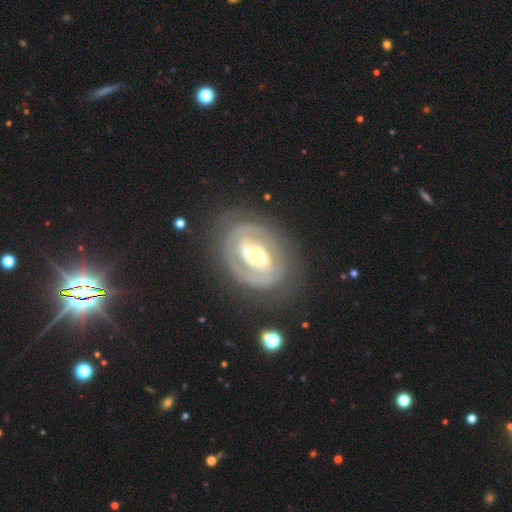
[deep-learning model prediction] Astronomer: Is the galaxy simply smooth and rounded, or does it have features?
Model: featured or disk — 80%.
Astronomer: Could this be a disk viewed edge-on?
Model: no — 96%.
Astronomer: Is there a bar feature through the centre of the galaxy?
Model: no — 37% (runner-up: weak, 33%).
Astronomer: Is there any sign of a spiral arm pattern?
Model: yes — 69%.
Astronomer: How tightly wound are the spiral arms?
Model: tight — 58%.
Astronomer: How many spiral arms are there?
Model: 2 — 60%.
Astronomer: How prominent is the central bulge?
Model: moderate — 64%.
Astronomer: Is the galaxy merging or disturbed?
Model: none — 74%.